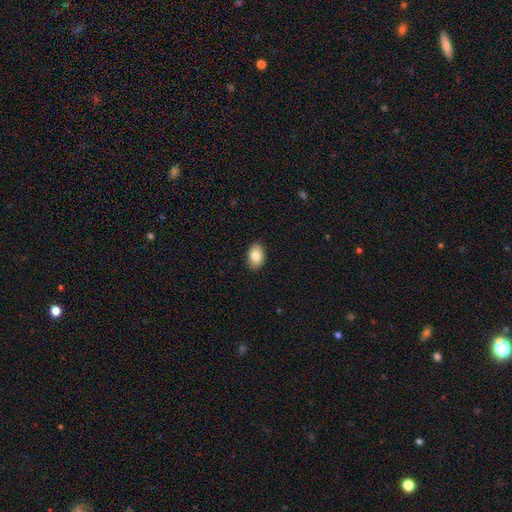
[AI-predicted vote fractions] The model was most divided on "smooth or featured": smooth: 85%, featured or disk: 8%, star or artifact: 7%. More confident: merging — none (90%); how rounded — in between (88%).